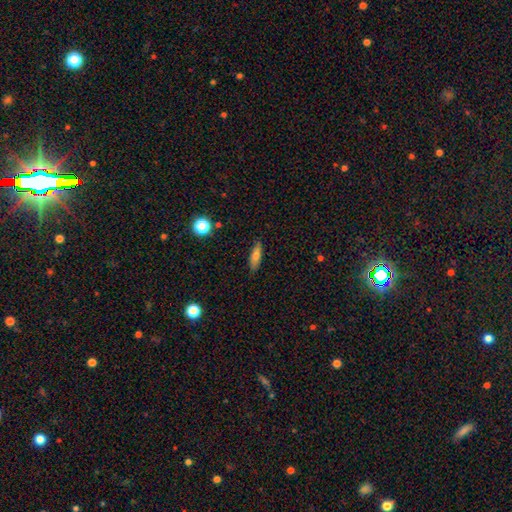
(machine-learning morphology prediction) smooth_or_featured: smooth (p=0.74) [alt: featured or disk p=0.18]
how_rounded: cigar-shaped (p=0.58) [alt: in between p=0.40]
merging: none (p=0.86) [alt: minor disturbance p=0.11]